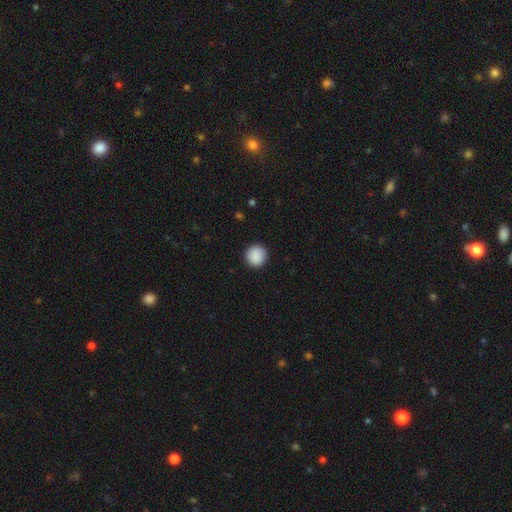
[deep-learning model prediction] Overall: smooth (90%). How rounded: round (94%). Merging: none (92%).